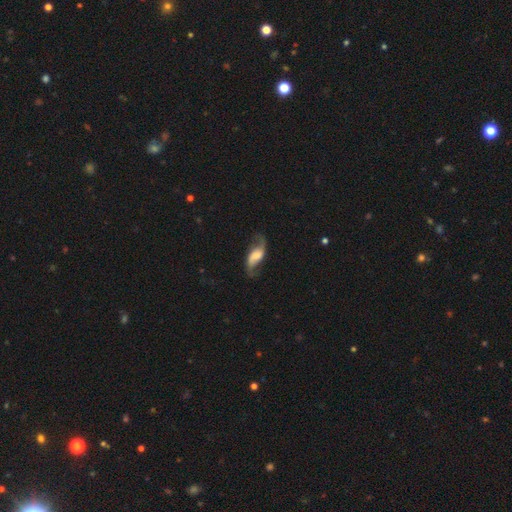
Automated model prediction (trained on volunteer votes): smooth_or_featured: featured or disk (p=0.77) [alt: smooth p=0.17]
disk_edge_on: no (p=0.94) [alt: yes p=0.06]
bar: weak (p=0.42) [alt: no p=0.37]
has_spiral_arms: yes (p=0.94) [alt: no p=0.06]
spiral_winding: loose (p=0.76) [alt: medium p=0.19]
spiral_arm_count: 2 (p=0.91) [alt: 1 p=0.03]
bulge_size: moderate (p=0.29) [alt: small p=0.25]
merging: none (p=0.71) [alt: minor disturbance p=0.16]